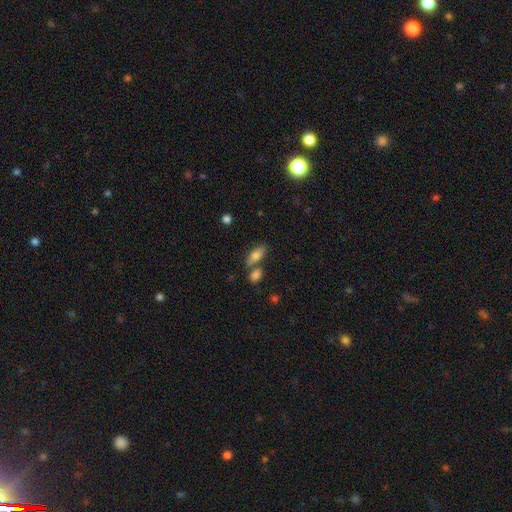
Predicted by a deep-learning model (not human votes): smooth 74%, featured or disk 18%, star or artifact 8%. Down the decision tree: how rounded — in between (75%); merging — none (58%).